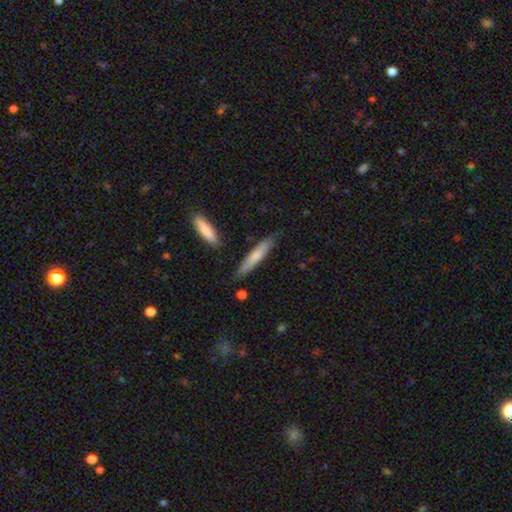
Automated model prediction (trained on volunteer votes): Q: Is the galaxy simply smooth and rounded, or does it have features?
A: smooth — 69%.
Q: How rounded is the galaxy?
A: cigar-shaped — 87%.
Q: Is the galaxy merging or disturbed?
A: none — 80%.